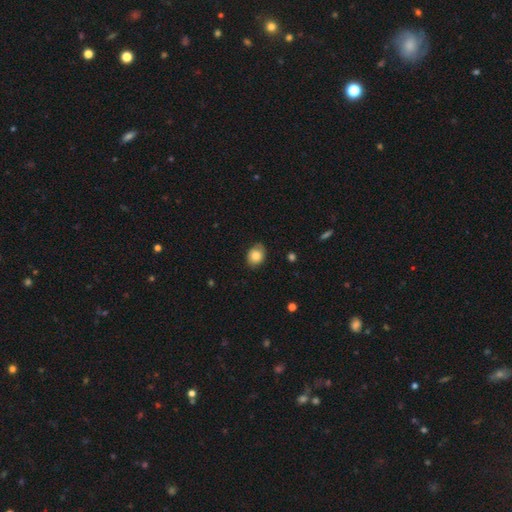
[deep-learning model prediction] Morphology: type=smooth (83%); roundness=in between (53%); merging=none (82%).